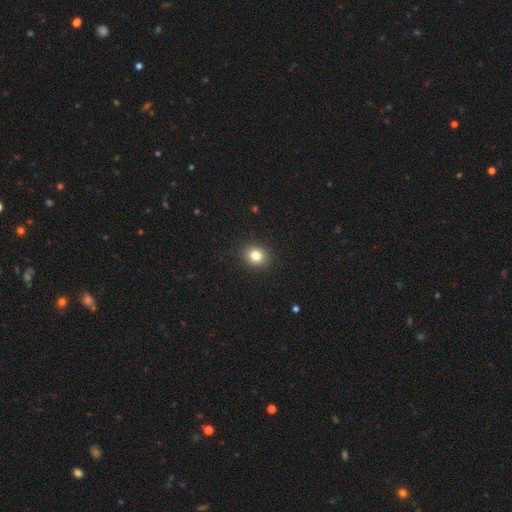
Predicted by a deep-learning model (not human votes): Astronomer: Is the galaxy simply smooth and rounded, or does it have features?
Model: smooth — 82%.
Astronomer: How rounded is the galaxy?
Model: round — 72%.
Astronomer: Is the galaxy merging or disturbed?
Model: none — 91%.